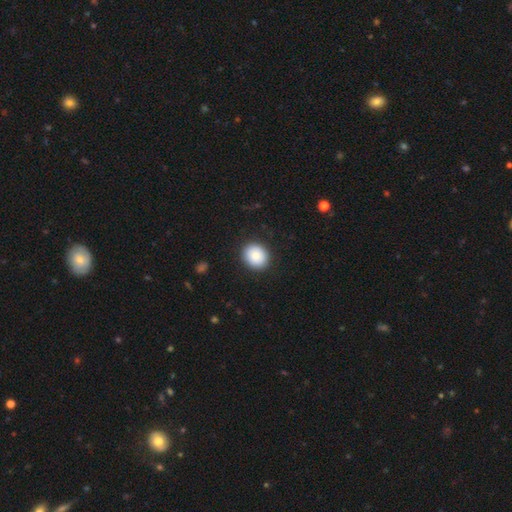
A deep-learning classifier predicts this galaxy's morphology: Smooth or featured? smooth (84%)
How rounded? round (77%)
Merging? none (90%)